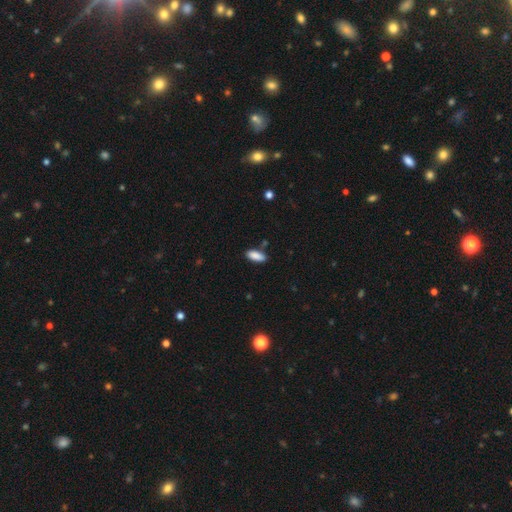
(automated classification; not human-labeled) Overall: smooth (89%). How rounded: in between (79%). Merging: none (82%).